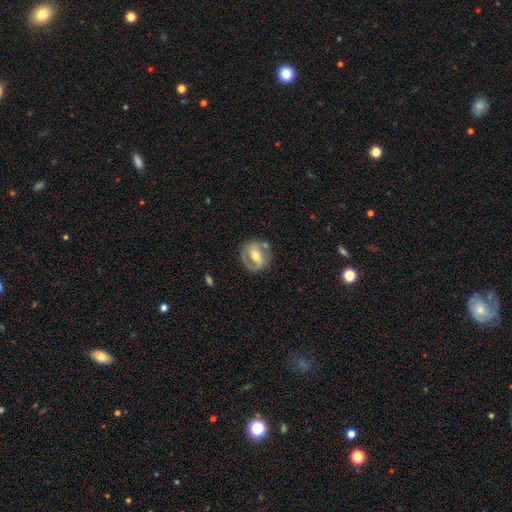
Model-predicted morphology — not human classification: This appears to be a featured or disk galaxy (75%) with a strong bar (52%), 2 (80%) medium (43%) spiral arms (72%) and a moderate central bulge (68%). Merging: none (77%).